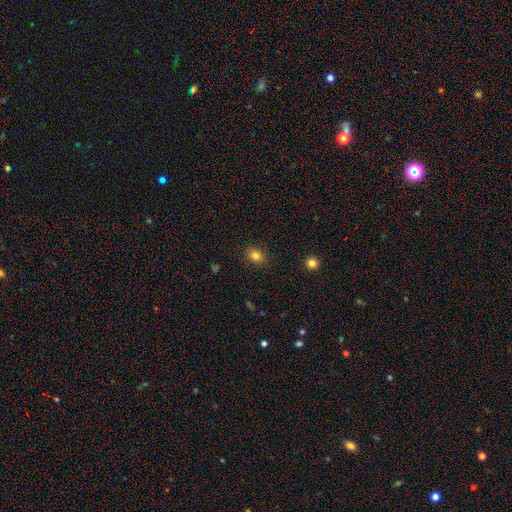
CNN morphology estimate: type=smooth (82%); roundness=round (55%); merging=none (88%).